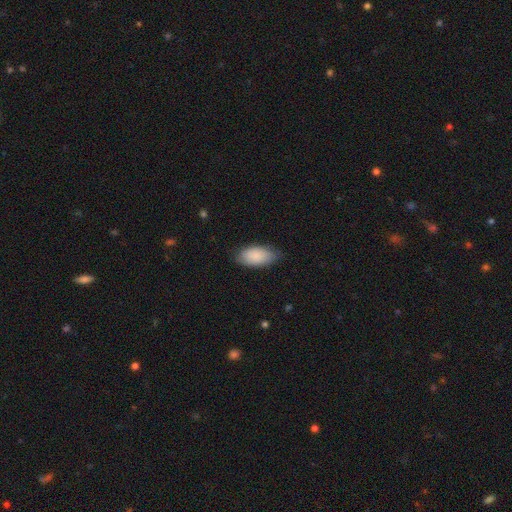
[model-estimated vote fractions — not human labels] Morphology: type=smooth (85%); roundness=in between (93%); merging=none (74%).